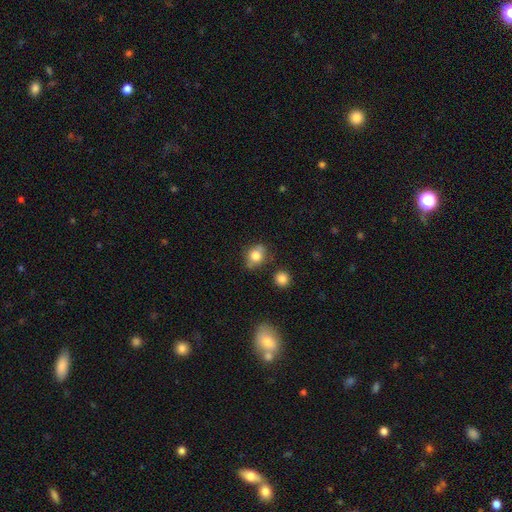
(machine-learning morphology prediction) This is likely a smooth galaxy (76%). How rounded: likely round (62%). Merging: likely none (67%).